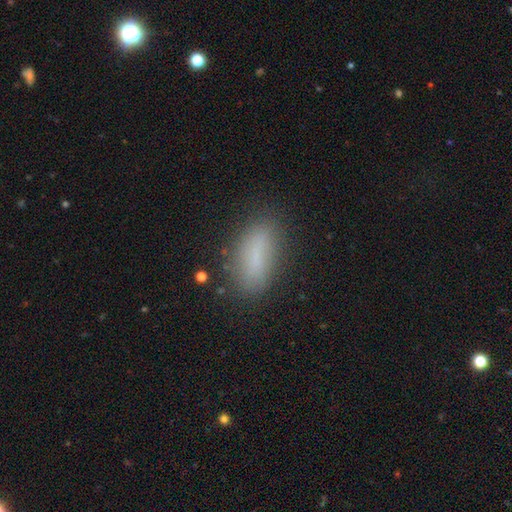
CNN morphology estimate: This is likely a smooth galaxy (77%). How rounded: likely in between (70%). Merging: likely none (76%).